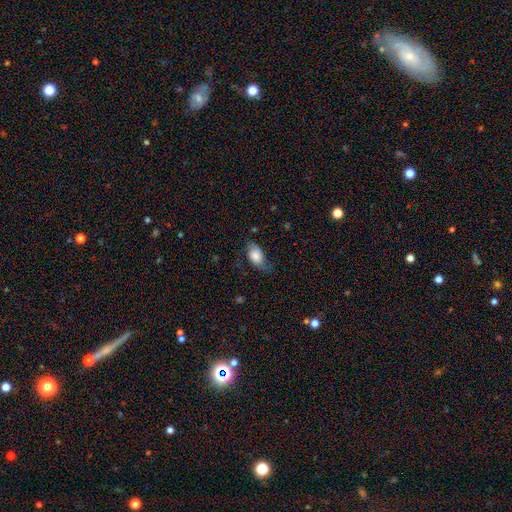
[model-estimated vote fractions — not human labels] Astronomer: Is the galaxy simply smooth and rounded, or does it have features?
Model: smooth — 72%.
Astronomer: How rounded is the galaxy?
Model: in between — 89%.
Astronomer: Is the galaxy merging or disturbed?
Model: none — 54% (runner-up: minor disturbance, 31%).